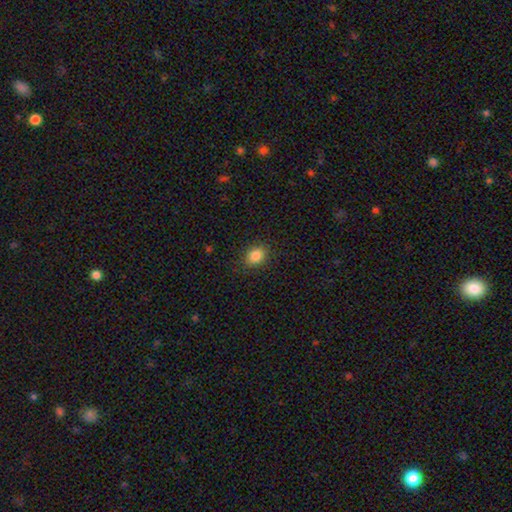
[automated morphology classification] type=smooth (85%); roundness=in between (54%); merging=none (87%).